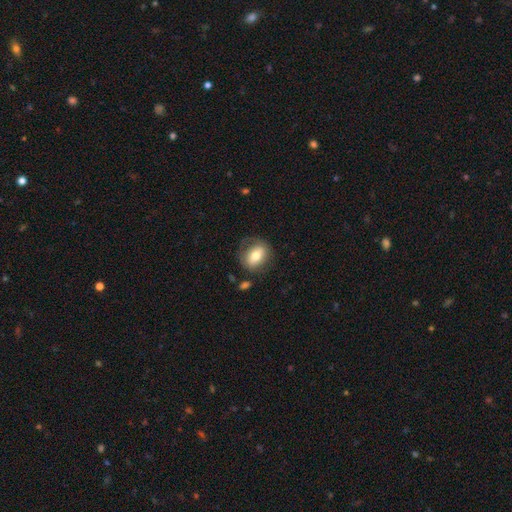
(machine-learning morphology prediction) Q: Smooth or featured?
A: smooth (64%); runner-up: featured or disk (29%)
Q: How rounded?
A: in between (60%); runner-up: round (38%)
Q: Merging?
A: none (71%); runner-up: minor disturbance (17%)